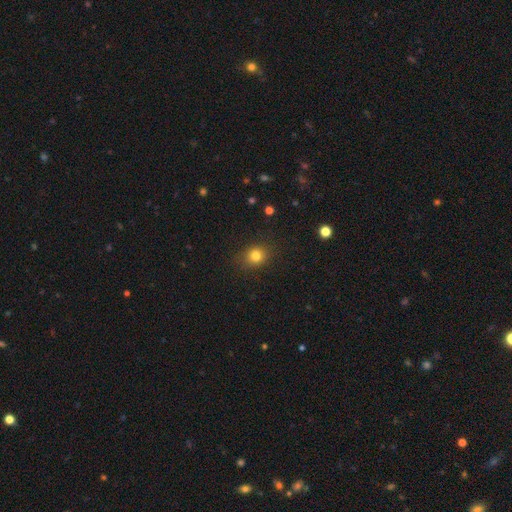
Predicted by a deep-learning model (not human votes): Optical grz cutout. It shows a smooth galaxy with no disk features (81%) that is round (71%). Merging: none (85%).